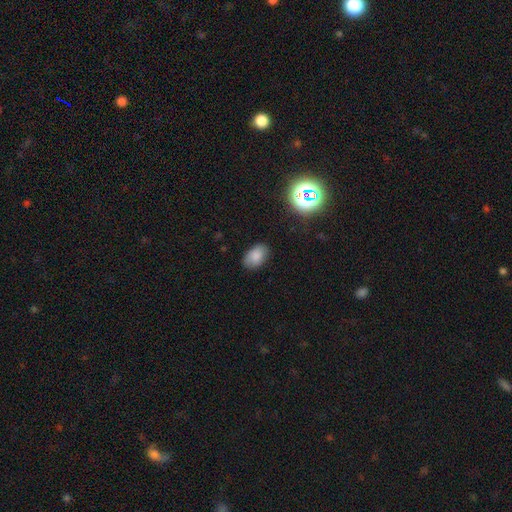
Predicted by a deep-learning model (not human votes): smooth 83%, star or artifact 10%, featured or disk 7%. Down the decision tree: how rounded — in between (89%); merging — none (83%).